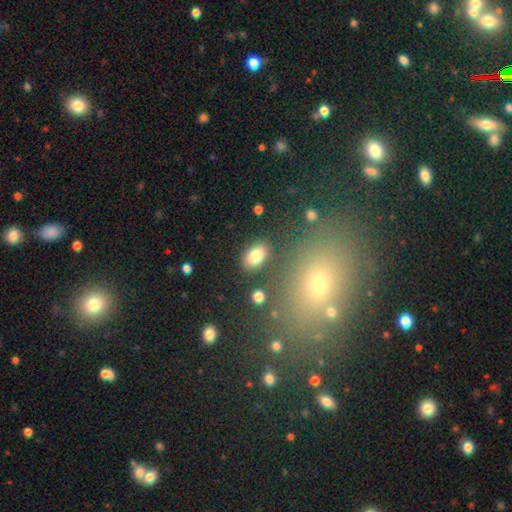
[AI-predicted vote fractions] A smooth galaxy with no disk features (82%) that is in between round and cigar-shaped (87%). Merging: none (82%).